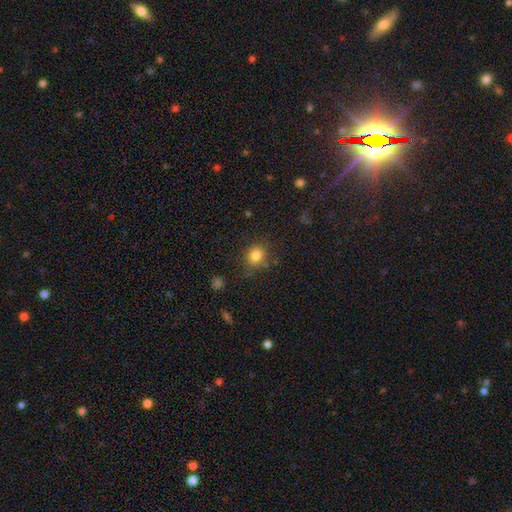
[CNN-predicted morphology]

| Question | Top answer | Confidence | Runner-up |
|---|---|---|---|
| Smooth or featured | smooth | 82% | star or artifact (12%) |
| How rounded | round | 75% | in between (24%) |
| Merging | none | 79% | minor disturbance (14%) |